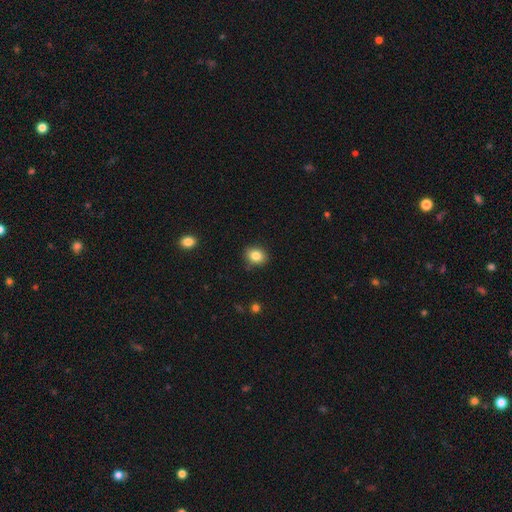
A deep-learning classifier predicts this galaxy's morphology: Q: Smooth or featured?
A: smooth (84%); runner-up: star or artifact (10%)
Q: How rounded?
A: round (56%); runner-up: in between (43%)
Q: Merging?
A: none (84%); runner-up: minor disturbance (12%)